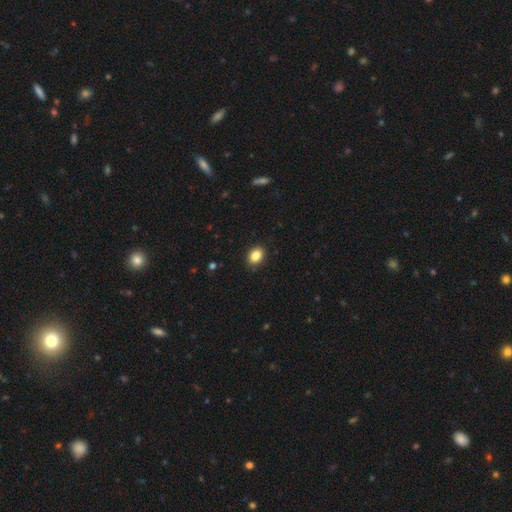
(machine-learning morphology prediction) smooth 86%, star or artifact 9%, featured or disk 5%. Down the decision tree: how rounded — in between (70%); merging — none (88%).